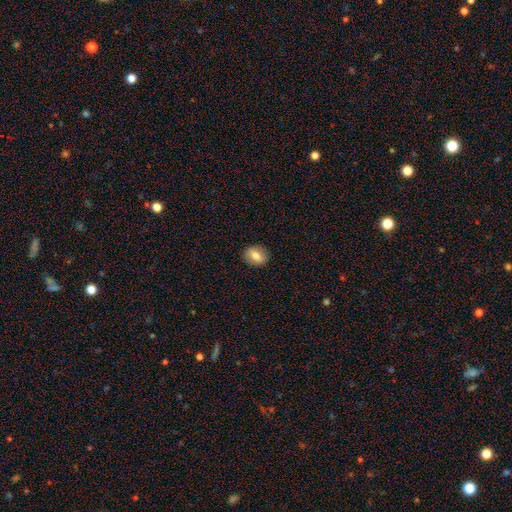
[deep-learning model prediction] Overall: smooth (72%). How rounded: in between (54%; round 45%). Merging: none (89%).